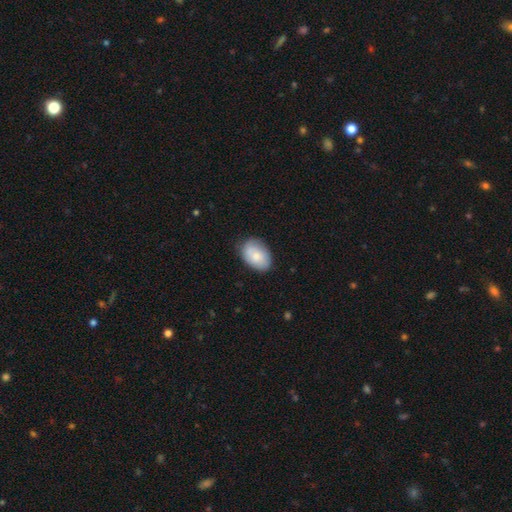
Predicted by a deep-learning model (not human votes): smooth-or-featured: smooth: 79% | featured or disk: 15% | star or artifact: 6%
  how-rounded: in between: 87% | round: 12% | cigar-shaped: 1%
  merging: none: 78% | minor disturbance: 18% | major disturbance: 3% | merger: 1%